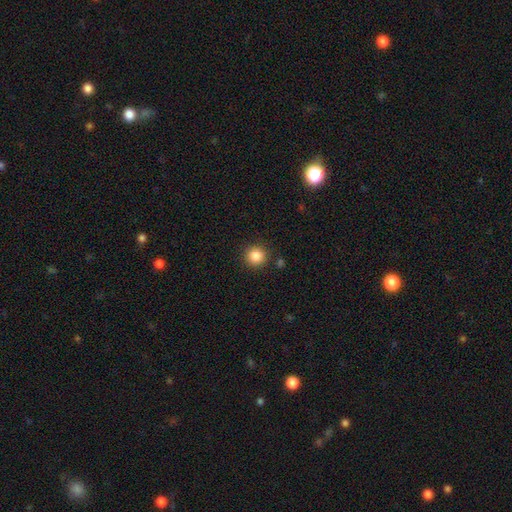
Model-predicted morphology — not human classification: This appears to be a smooth galaxy with no disk features (86%) that is round (93%). Merging: none (88%).